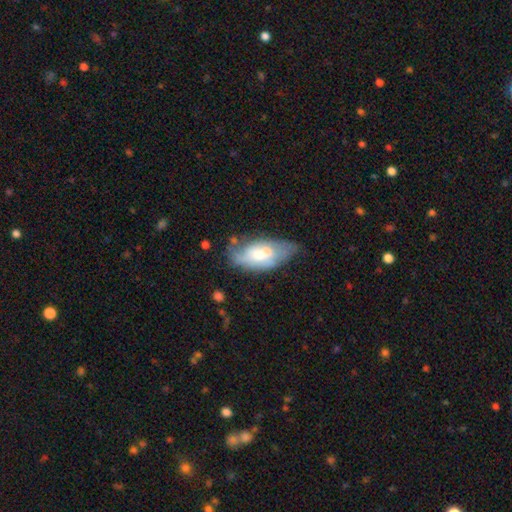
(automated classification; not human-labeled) Q: Smooth or featured?
A: featured or disk (49%); runner-up: smooth (43%)
Q: Merging?
A: none (39%); runner-up: minor disturbance (27%)